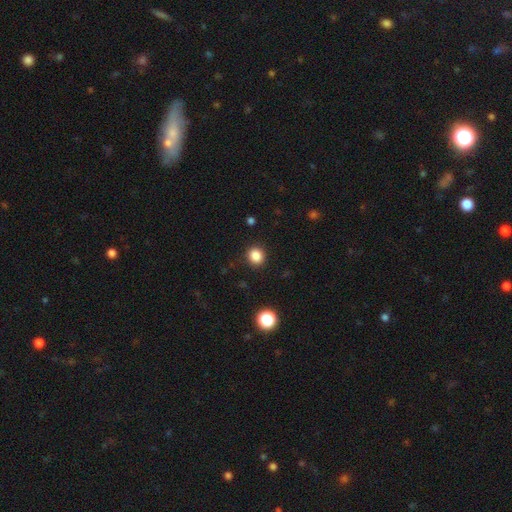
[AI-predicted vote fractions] Overall: smooth (86%). How rounded: round (84%). Merging: none (90%).